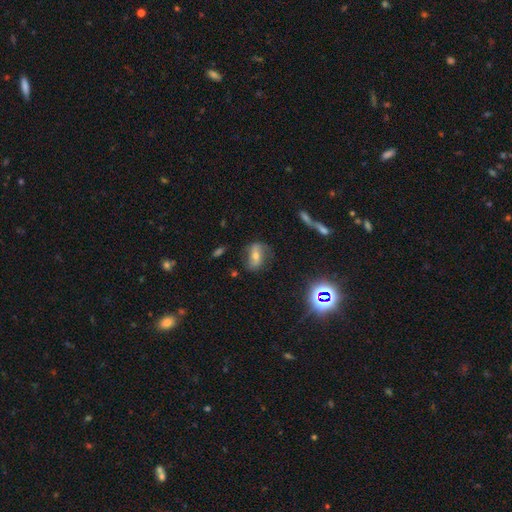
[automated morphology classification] Smooth or featured?
  - featured or disk: 52% *
  - smooth: 34%
  - star or artifact: 14%
Edge-on disk?
  - no: 90% *
  - yes: 10%
Merging?
  - none: 69% *
  - minor disturbance: 19%
  - major disturbance: 9%
  - merger: 3%